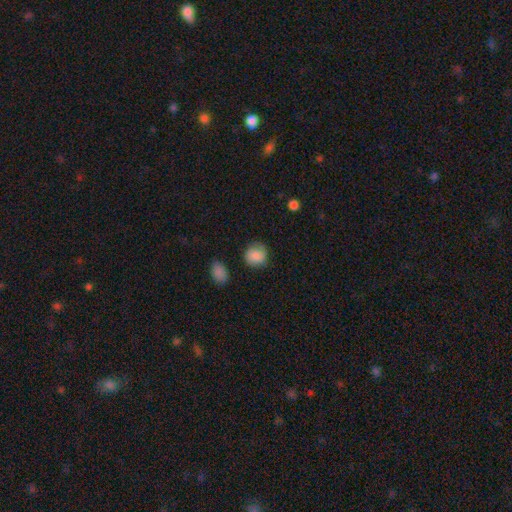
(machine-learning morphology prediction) type=smooth (85%); roundness=round (84%); merging=none (77%).